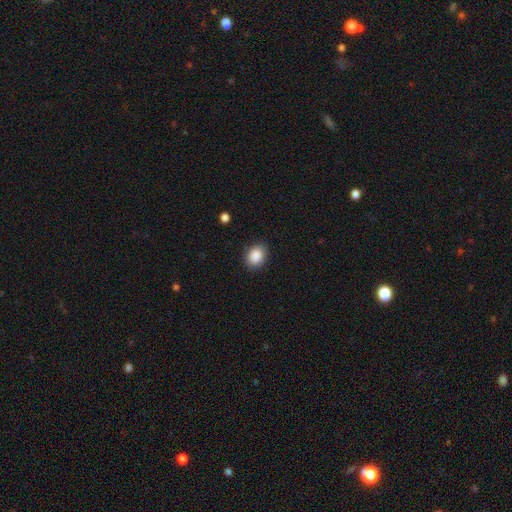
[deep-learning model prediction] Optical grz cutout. It shows a smooth galaxy with no disk features (88%) that is in between round and cigar-shaped (60%). Merging: none (87%).